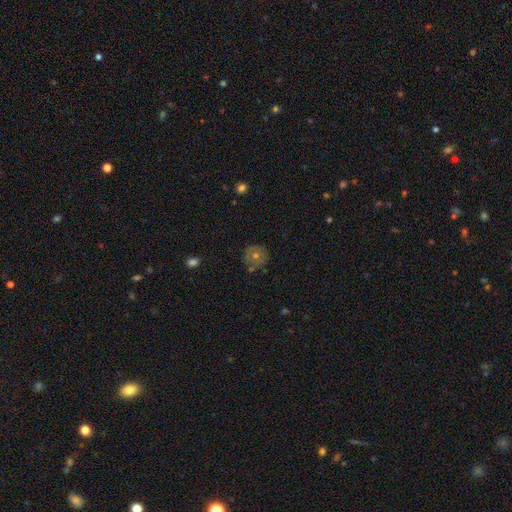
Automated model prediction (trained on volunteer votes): This is marginally a smooth galaxy (44%). Merging: likely none (79%).